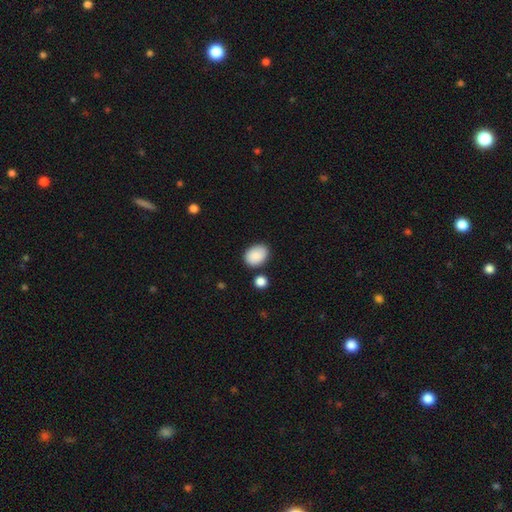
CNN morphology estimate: Smooth or featured? Predicted: smooth (p=0.89). How rounded? Predicted: in between (p=0.75). Merging? Predicted: none (p=0.76).